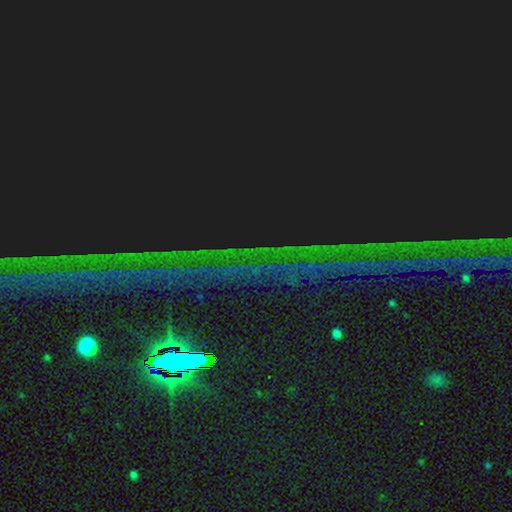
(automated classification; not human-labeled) Smooth or featured? Predicted: star or artifact (p=0.88).